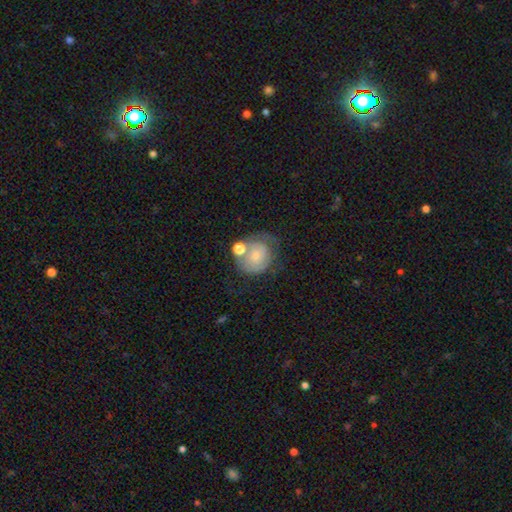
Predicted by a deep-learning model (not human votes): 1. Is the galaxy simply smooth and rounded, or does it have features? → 54% smooth, 38% featured or disk, 9% star or artifact.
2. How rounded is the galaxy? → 77% round, 22% in between, 1% cigar-shaped.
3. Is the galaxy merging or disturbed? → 41% none, 23% minor disturbance, 19% merger, 17% major disturbance.